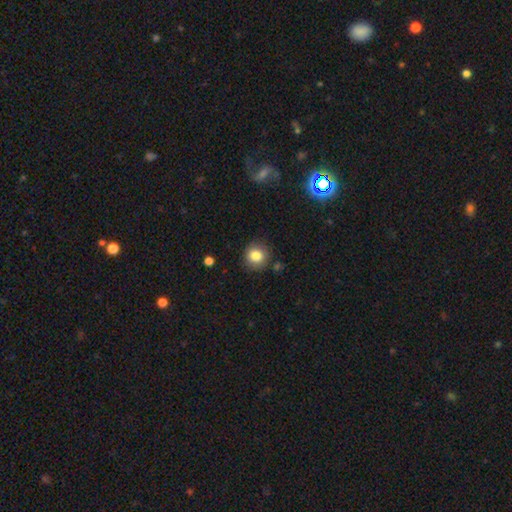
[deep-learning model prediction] smooth-or-featured: smooth: 83% | star or artifact: 10% | featured or disk: 6%
  how-rounded: round: 88% | in between: 11% | cigar-shaped: 1%
  merging: none: 85% | minor disturbance: 10% | major disturbance: 3% | merger: 2%